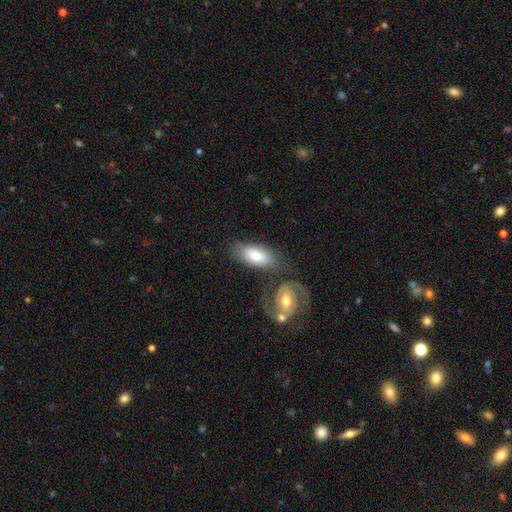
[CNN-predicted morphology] Overall: smooth (70%). How rounded: in between (90%). Merging: none (57%; merger 22%).